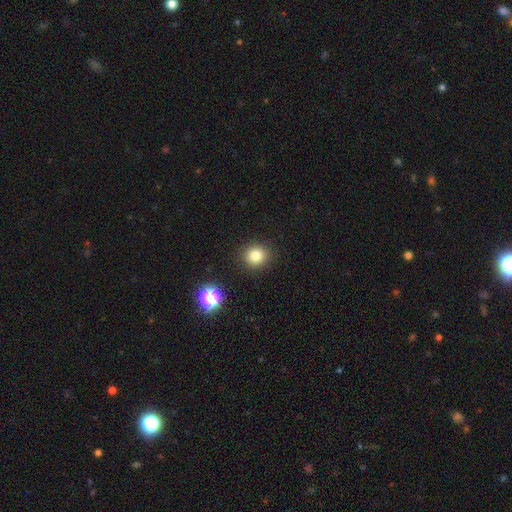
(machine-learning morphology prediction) Smooth or featured?
  - smooth: 81% *
  - star or artifact: 14%
  - featured or disk: 6%
How rounded?
  - round: 87% *
  - in between: 12%
  - cigar-shaped: 1%
Merging?
  - none: 89% *
  - minor disturbance: 7%
  - major disturbance: 2%
  - merger: 2%